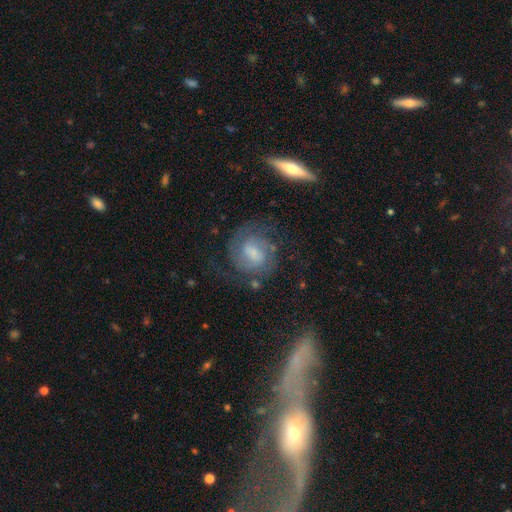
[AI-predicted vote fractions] smooth_or_featured: featured or disk (p=0.78) [alt: smooth p=0.14]
disk_edge_on: no (p=0.94) [alt: yes p=0.06]
bar: weak (p=0.48) [alt: no p=0.33]
has_spiral_arms: yes (p=0.94) [alt: no p=0.06]
spiral_winding: tight (p=0.54) [alt: medium p=0.37]
spiral_arm_count: 2 (p=0.72) [alt: can't tell p=0.14]
bulge_size: moderate (p=0.38) [alt: small p=0.34]
merging: none (p=0.76) [alt: minor disturbance p=0.14]